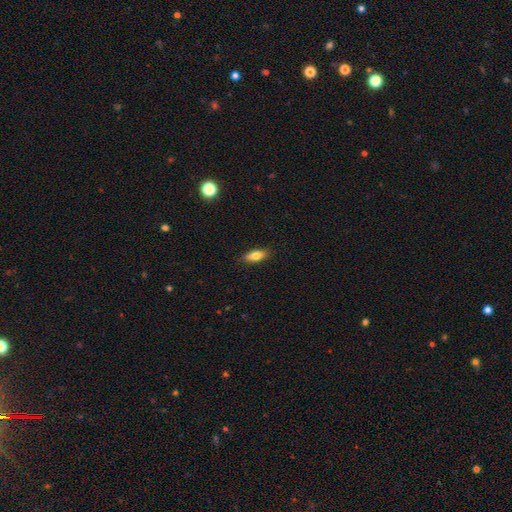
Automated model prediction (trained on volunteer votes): This appears to be a smooth galaxy with no disk features (76%) that is in between round and cigar-shaped (71%). Merging: none (87%).